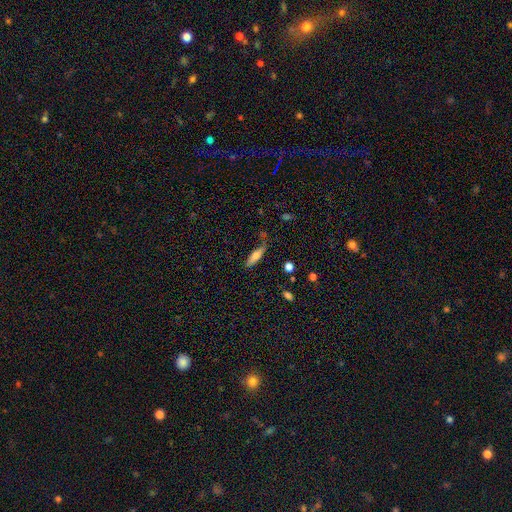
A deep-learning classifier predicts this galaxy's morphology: smooth_or_featured: smooth (p=0.63) [alt: featured or disk p=0.29]
how_rounded: cigar-shaped (p=0.65) [alt: in between p=0.33]
merging: none (p=0.59) [alt: minor disturbance p=0.25]